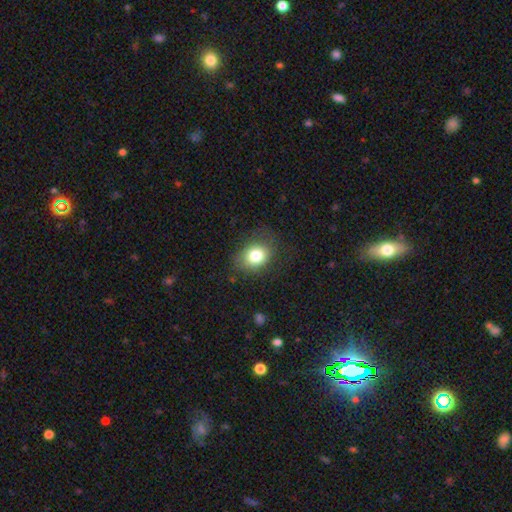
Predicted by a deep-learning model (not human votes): This is likely a smooth galaxy (79%). How rounded: possibly in between (52%). Merging: likely none (72%).